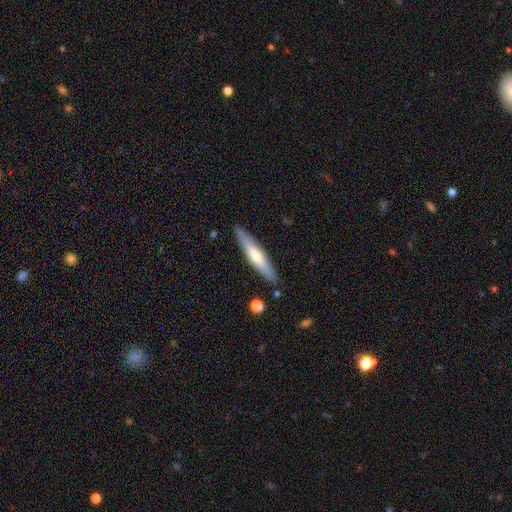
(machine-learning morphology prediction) Smooth or featured?
  - smooth: 49% *
  - featured or disk: 46%
  - star or artifact: 6%
Merging?
  - none: 87% *
  - minor disturbance: 9%
  - merger: 2%
  - major disturbance: 2%